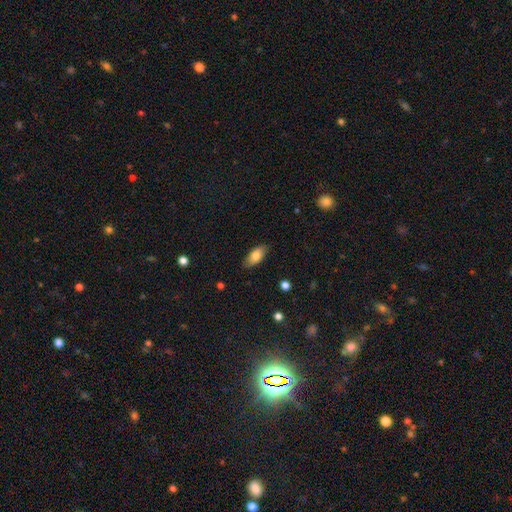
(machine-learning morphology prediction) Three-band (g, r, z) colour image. It shows a smooth galaxy with no disk features (80%) that is in between round and cigar-shaped (86%). Merging: none (85%).